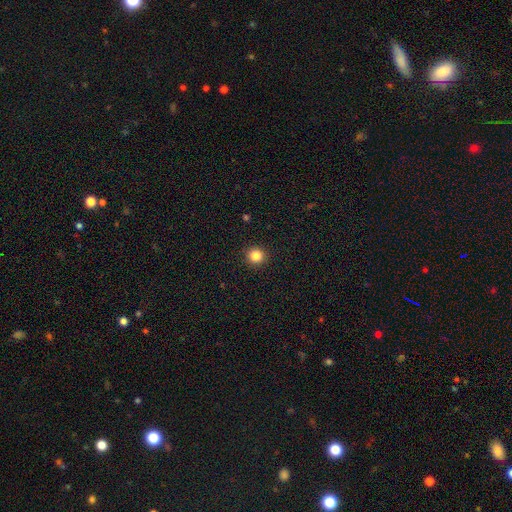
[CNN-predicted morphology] Smooth or featured: smooth — 84% (star or artifact — 11%)
How rounded: round — 93% (in between — 6%)
Merging: none — 92% (minor disturbance — 5%)